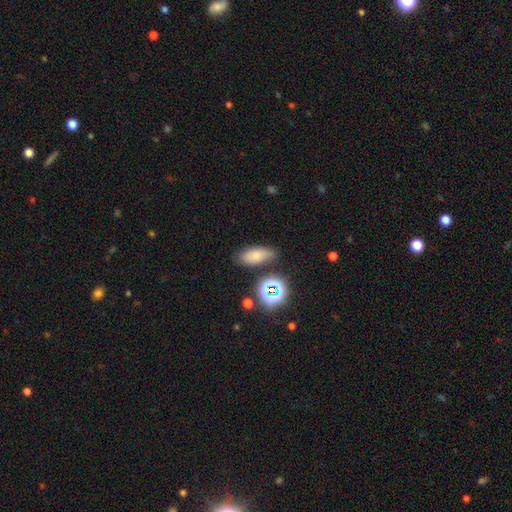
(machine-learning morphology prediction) Smooth or featured?
  - smooth: 70% *
  - star or artifact: 16%
  - featured or disk: 14%
How rounded?
  - in between: 79% *
  - cigar-shaped: 13%
  - round: 9%
Merging?
  - none: 76% *
  - minor disturbance: 15%
  - merger: 5%
  - major disturbance: 4%